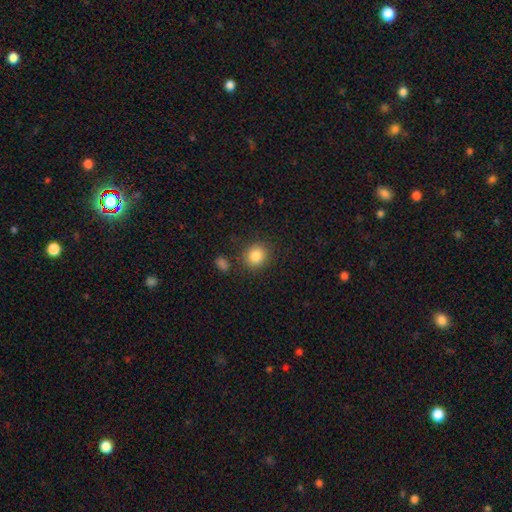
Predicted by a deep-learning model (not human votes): Overall: smooth (85%). How rounded: round (82%). Merging: none (84%).